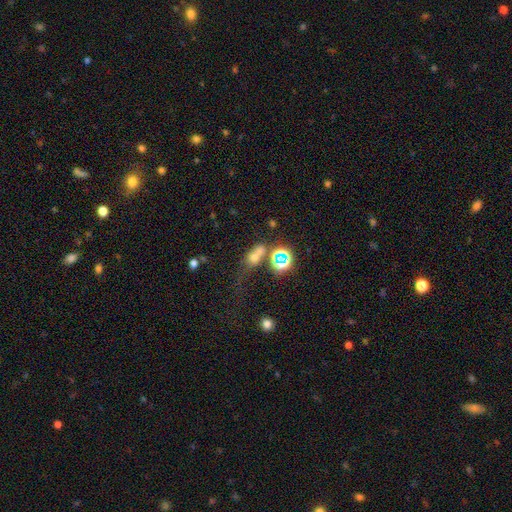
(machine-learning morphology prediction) Overall: smooth (58%; star or artifact 28%). How rounded: round (49%; in between 46%). Merging: none (40%; merger 35%).